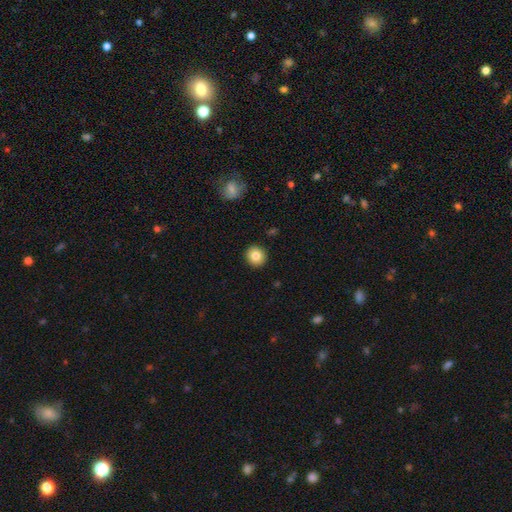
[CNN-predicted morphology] This appears to be a smooth galaxy with no disk features (83%) that is round (91%). Merging: none (92%).